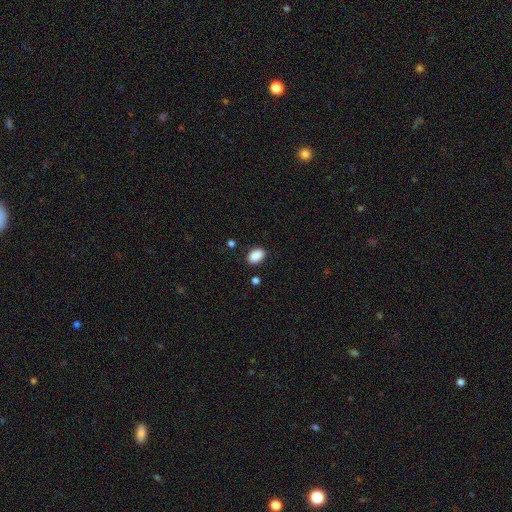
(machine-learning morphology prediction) Smooth or featured?
  - smooth: 89% *
  - star or artifact: 8%
  - featured or disk: 3%
How rounded?
  - in between: 83% *
  - round: 16%
  - cigar-shaped: 1%
Merging?
  - none: 86% *
  - minor disturbance: 10%
  - major disturbance: 3%
  - merger: 2%